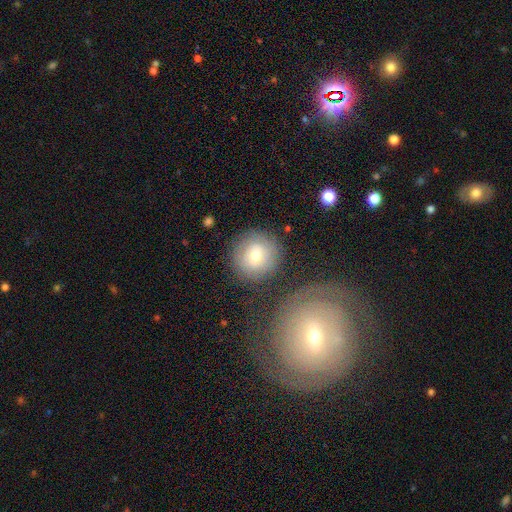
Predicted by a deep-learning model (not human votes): Q: Smooth or featured?
A: smooth (55%); runner-up: featured or disk (36%)
Q: How rounded?
A: round (92%); runner-up: in between (7%)
Q: Merging?
A: none (80%); runner-up: minor disturbance (11%)